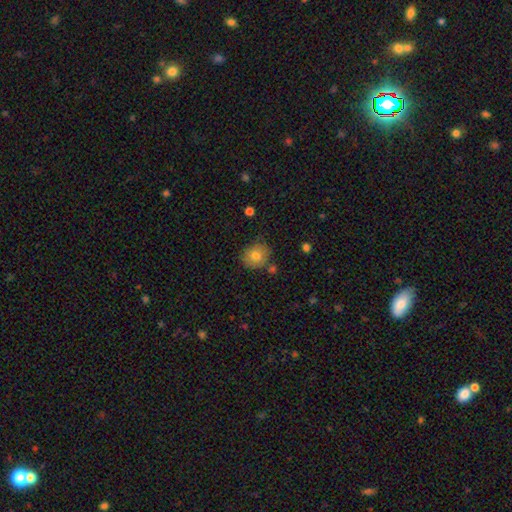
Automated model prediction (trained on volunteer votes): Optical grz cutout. It shows a smooth galaxy with no disk features (76%) that is round (77%). Merging: none (72%).